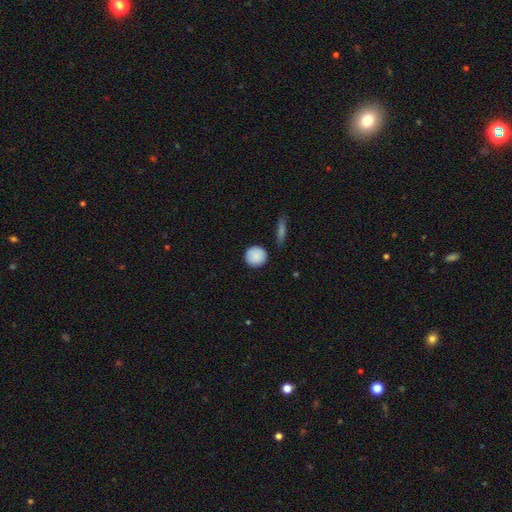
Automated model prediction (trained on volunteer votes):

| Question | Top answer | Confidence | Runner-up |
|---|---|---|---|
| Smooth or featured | smooth | 88% | star or artifact (7%) |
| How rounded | round | 91% | in between (8%) |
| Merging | none | 85% | minor disturbance (10%) |